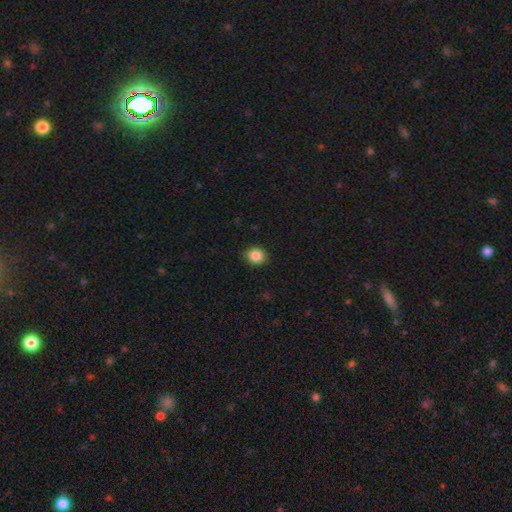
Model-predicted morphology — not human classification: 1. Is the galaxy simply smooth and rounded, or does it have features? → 87% smooth, 9% star or artifact, 4% featured or disk.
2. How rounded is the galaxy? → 68% round, 31% in between, 1% cigar-shaped.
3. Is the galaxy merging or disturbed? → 89% none, 8% minor disturbance, 2% major disturbance, 1% merger.